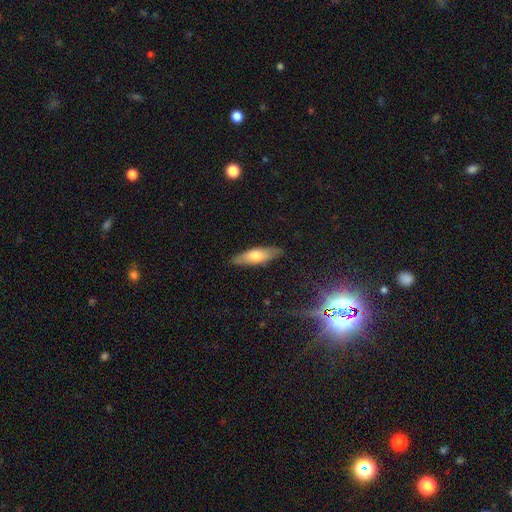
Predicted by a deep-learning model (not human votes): smooth_or_featured: smooth (p=0.62) [alt: featured or disk p=0.32]
how_rounded: cigar-shaped (p=0.58) [alt: in between p=0.40]
merging: none (p=0.86) [alt: minor disturbance p=0.11]